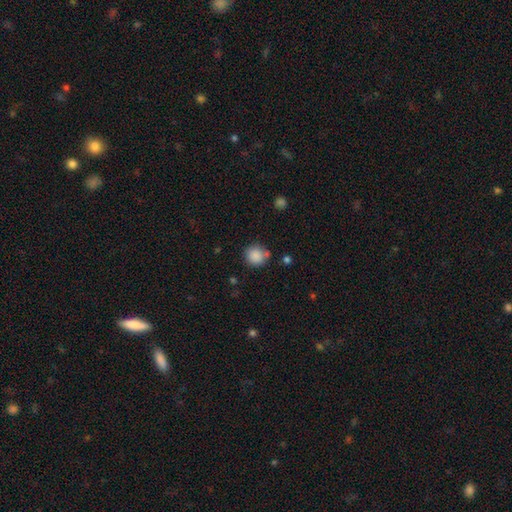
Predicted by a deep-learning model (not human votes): This is clearly a smooth galaxy (86%). How rounded: clearly round (90%). Merging: likely none (74%).